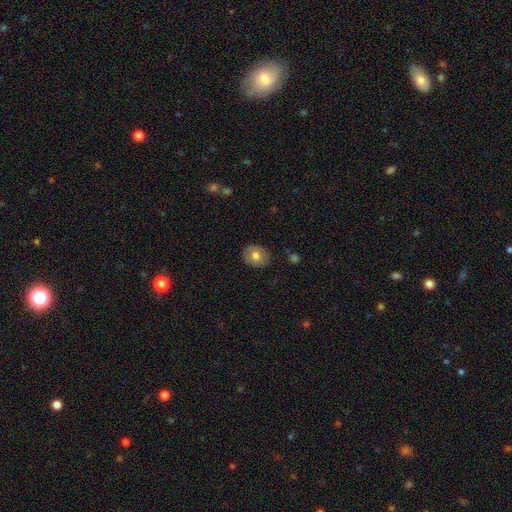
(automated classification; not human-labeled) A smooth galaxy with no disk features (71%) that is round (60%).

Vote fractions:
- Smooth or featured? smooth: 71% / featured or disk: 21% / star or artifact: 8%
- How rounded? round: 60% / in between: 40% / cigar-shaped: 1%
- Merging? none: 85% / minor disturbance: 11% / major disturbance: 2% / merger: 1%